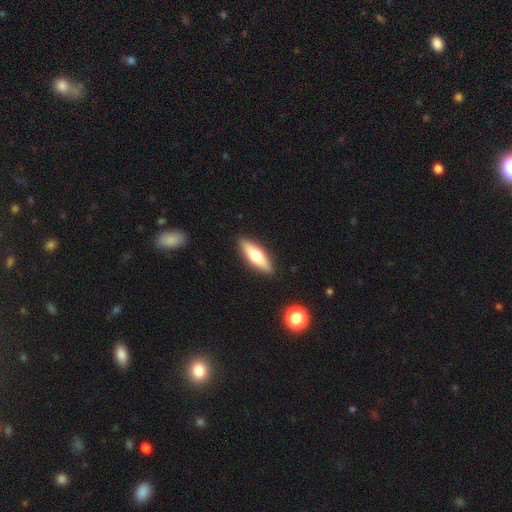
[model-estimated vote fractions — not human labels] A smooth galaxy with no disk features (57%) that is cigar-shaped (55%).

Vote fractions:
- Smooth or featured? smooth: 57% / featured or disk: 37% / star or artifact: 6%
- How rounded? cigar-shaped: 55% / in between: 43% / round: 2%
- Merging? none: 89% / minor disturbance: 8% / major disturbance: 2% / merger: 1%